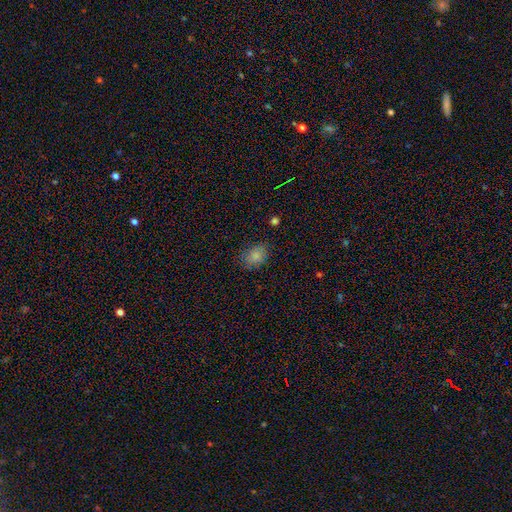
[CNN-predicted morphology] Smooth or featured?
  - smooth: 83% *
  - star or artifact: 11%
  - featured or disk: 6%
How rounded?
  - in between: 73% *
  - round: 26%
  - cigar-shaped: 1%
Merging?
  - none: 81% *
  - minor disturbance: 14%
  - major disturbance: 4%
  - merger: 1%